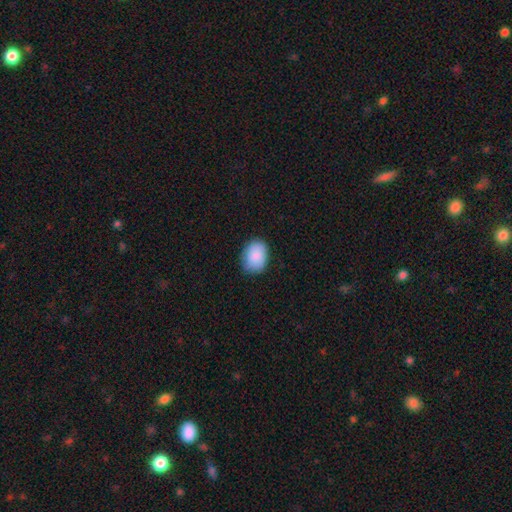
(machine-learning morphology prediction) Smooth or featured?
  - smooth: 89% *
  - star or artifact: 6%
  - featured or disk: 5%
How rounded?
  - in between: 69% *
  - round: 30%
  - cigar-shaped: 1%
Merging?
  - none: 80% *
  - minor disturbance: 16%
  - major disturbance: 3%
  - merger: 1%